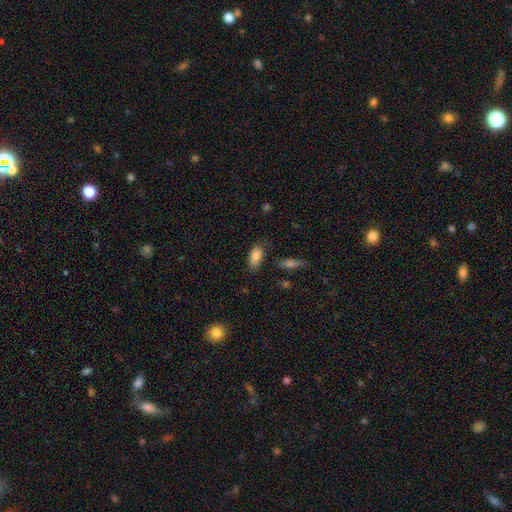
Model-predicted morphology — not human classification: Smooth or featured?
  - smooth: 83% *
  - featured or disk: 9%
  - star or artifact: 8%
How rounded?
  - in between: 89% *
  - cigar-shaped: 8%
  - round: 4%
Merging?
  - none: 65% *
  - minor disturbance: 25%
  - major disturbance: 6%
  - merger: 4%